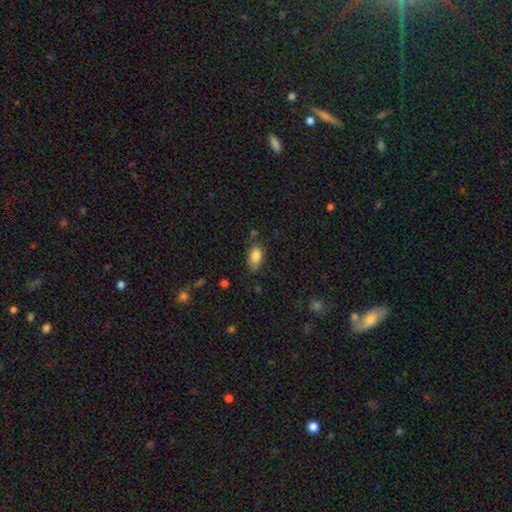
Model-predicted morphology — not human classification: This is clearly a smooth galaxy (84%). How rounded: clearly in between (89%). Merging: possibly none (58%).